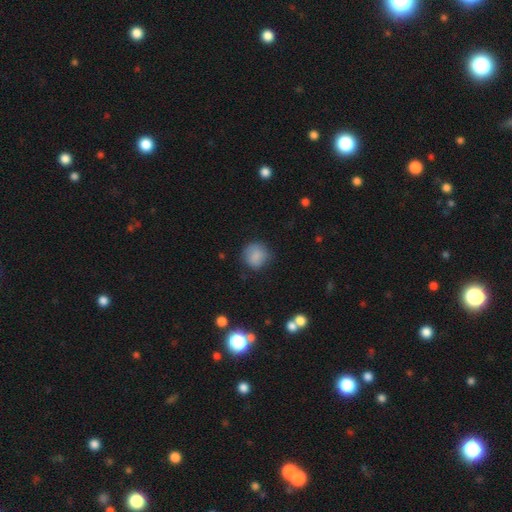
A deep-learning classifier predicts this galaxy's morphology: Smooth or featured: smooth — 84% (star or artifact — 9%)
How rounded: round — 87% (in between — 12%)
Merging: none — 76% (minor disturbance — 18%)